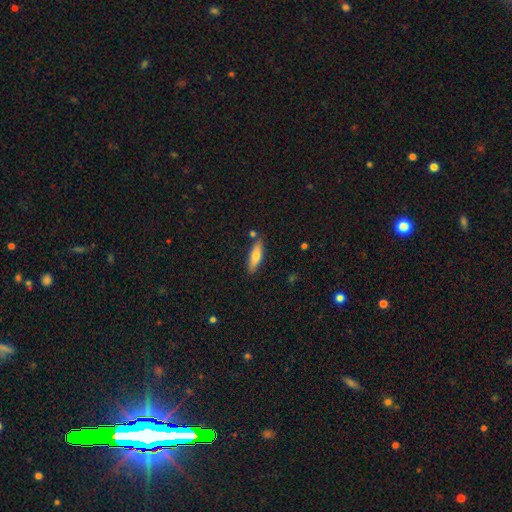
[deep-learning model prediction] This is likely a smooth galaxy (72%). How rounded: possibly cigar-shaped (58%). Merging: likely none (80%).